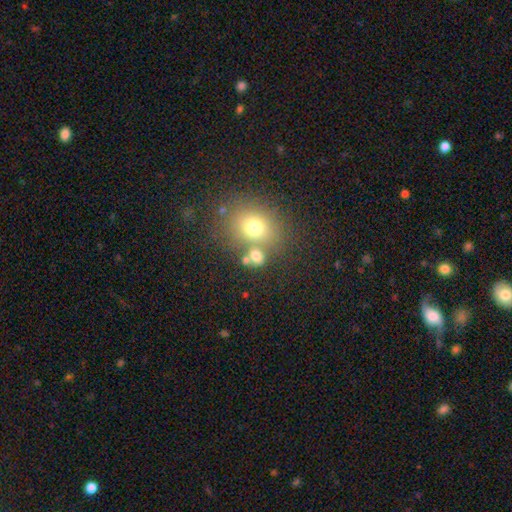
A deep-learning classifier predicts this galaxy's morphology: Smooth or featured? smooth (71%)
How rounded? round (59%)
Merging? none (49%)